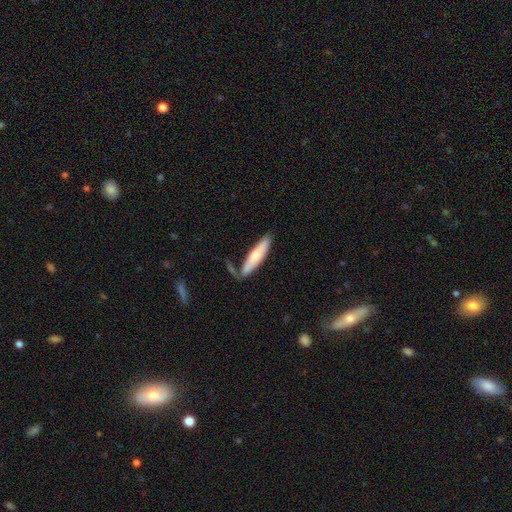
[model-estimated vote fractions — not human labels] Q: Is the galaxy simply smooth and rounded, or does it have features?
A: smooth — 69%.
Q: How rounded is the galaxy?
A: cigar-shaped — 76%.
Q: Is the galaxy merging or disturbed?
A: none — 65%.